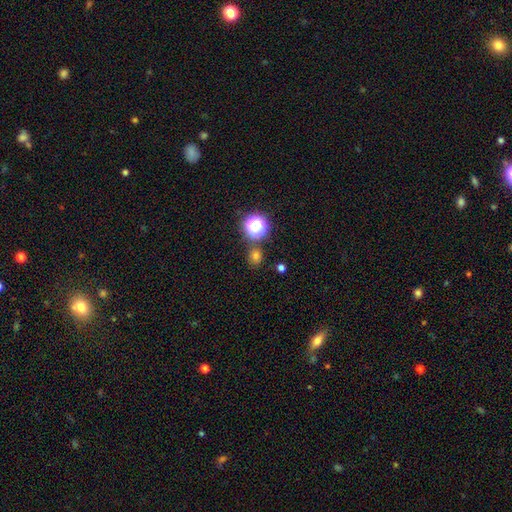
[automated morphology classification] smooth-or-featured: smooth: 69% | star or artifact: 24% | featured or disk: 7%
  how-rounded: round: 80% | in between: 19% | cigar-shaped: 1%
  merging: none: 79% | minor disturbance: 10% | merger: 9% | major disturbance: 3%